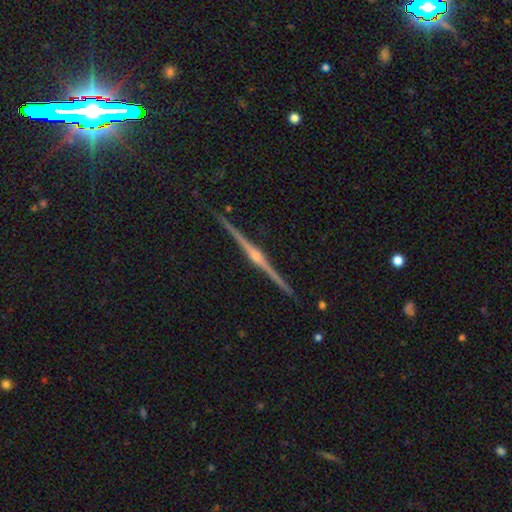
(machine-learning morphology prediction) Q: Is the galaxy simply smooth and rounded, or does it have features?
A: featured or disk — 87%.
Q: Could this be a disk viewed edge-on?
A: yes — 99%.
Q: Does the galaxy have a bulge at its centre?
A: rounded — 87%.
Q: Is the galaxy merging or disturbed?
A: none — 93%.